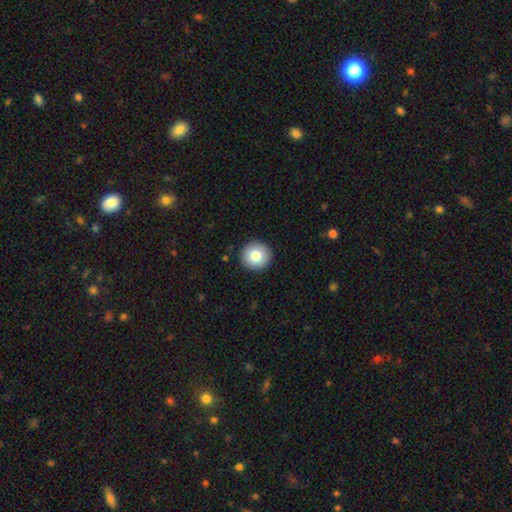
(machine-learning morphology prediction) This is clearly a smooth galaxy (80%). How rounded: clearly round (96%). Merging: clearly none (93%).